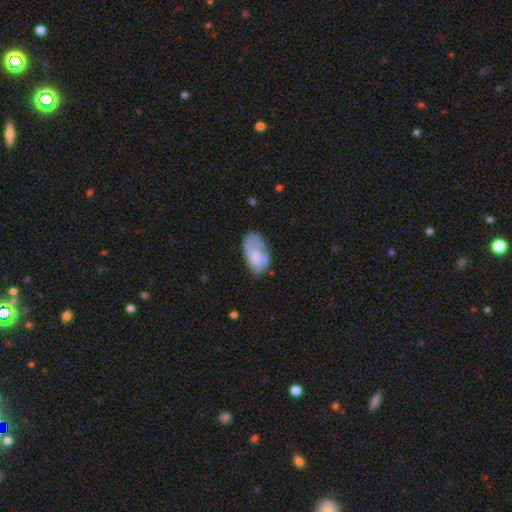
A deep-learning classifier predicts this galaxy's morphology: This appears to be a smooth galaxy with no disk features (50%) that is in between round and cigar-shaped (93%). Merging: none (48%).